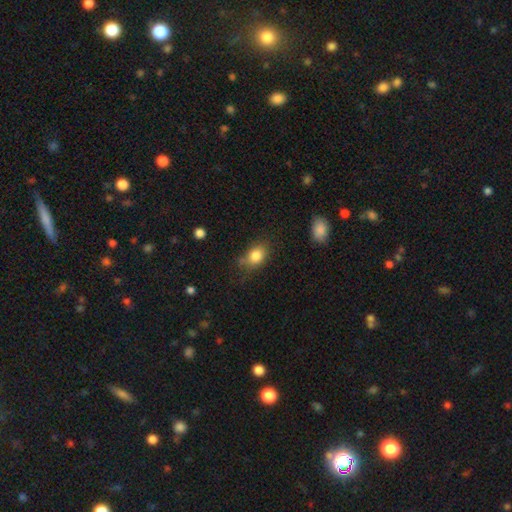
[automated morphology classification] Smooth or featured? Predicted: smooth (p=0.83). How rounded? Predicted: in between (p=0.67). Merging? Predicted: none (p=0.60).